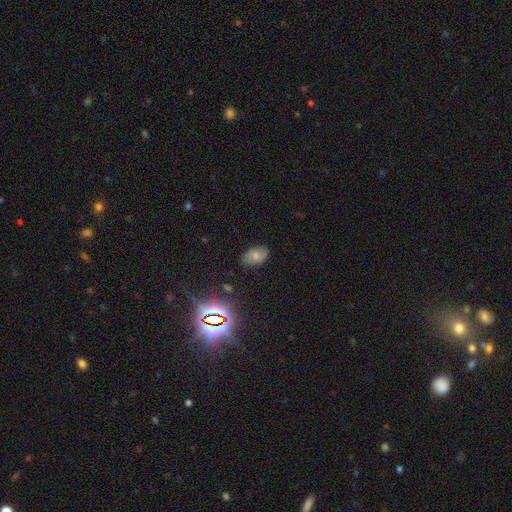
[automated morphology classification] Q: Smooth or featured?
A: smooth (70%); runner-up: star or artifact (16%)
Q: How rounded?
A: in between (89%); runner-up: round (9%)
Q: Merging?
A: none (80%); runner-up: minor disturbance (15%)